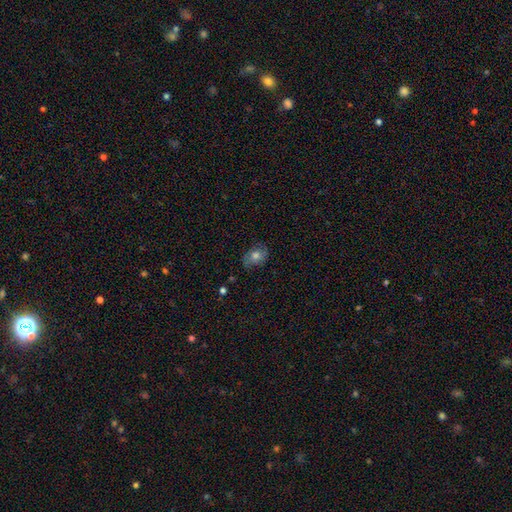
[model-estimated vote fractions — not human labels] Smooth or featured? Predicted: smooth (p=0.63). How rounded? Predicted: in between (p=0.68). Merging? Predicted: none (p=0.74).